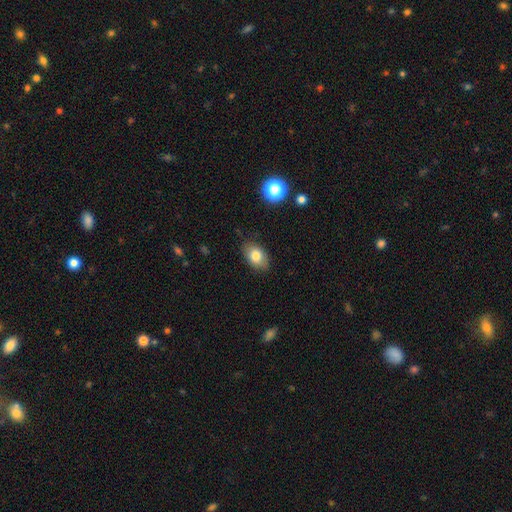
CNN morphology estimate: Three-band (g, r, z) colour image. It shows a smooth galaxy with no disk features (80%) that is in between round and cigar-shaped (87%). Merging: none (84%).